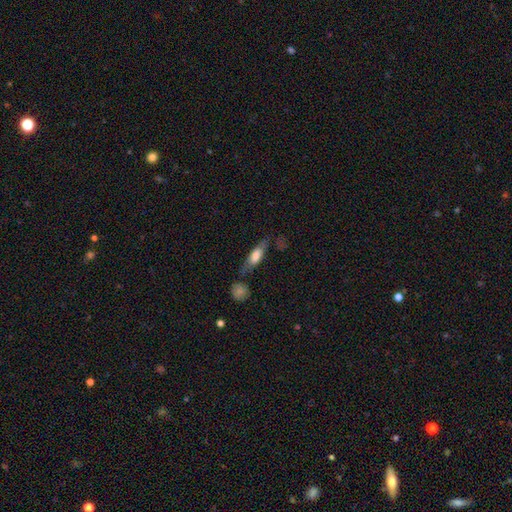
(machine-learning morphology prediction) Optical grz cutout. It shows a smooth galaxy with no disk features (57%) that is in between round and cigar-shaped (49%). Merging: none (62%).